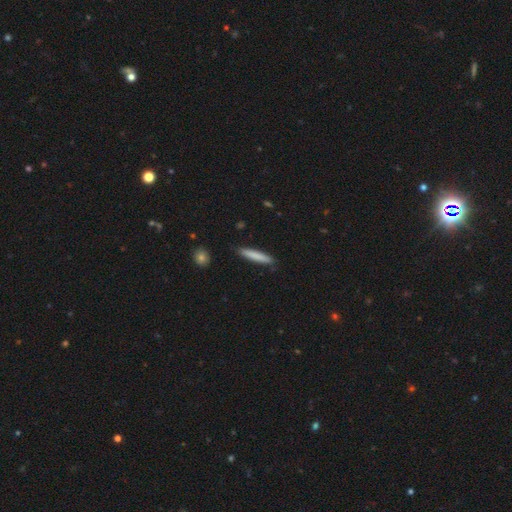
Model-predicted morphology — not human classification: A smooth galaxy with no disk features (79%) that is cigar-shaped (93%). Merging: none (89%).